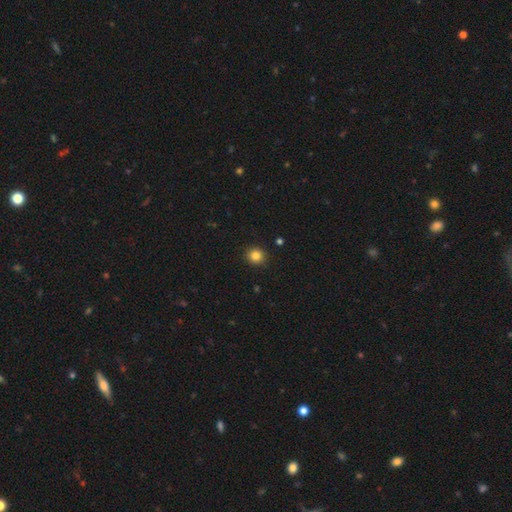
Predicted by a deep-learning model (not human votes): This appears to be a smooth galaxy with no disk features (84%) that is round (89%). Merging: none (92%).